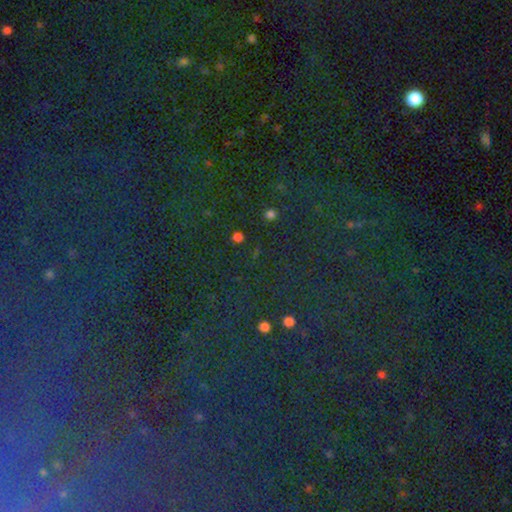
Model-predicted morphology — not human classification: star or artifact 79%, smooth 13%, featured or disk 8%.